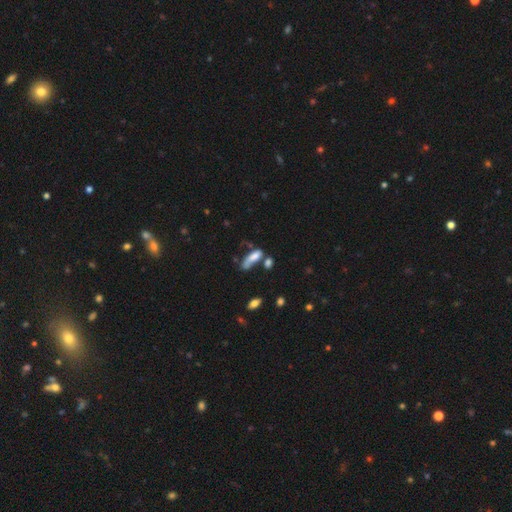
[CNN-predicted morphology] Smooth or featured?
  - smooth: 67% *
  - featured or disk: 23%
  - star or artifact: 10%
How rounded?
  - in between: 59% *
  - cigar-shaped: 38%
  - round: 3%
Merging?
  - none: 28% *
  - merger: 26%
  - major disturbance: 25%
  - minor disturbance: 21%